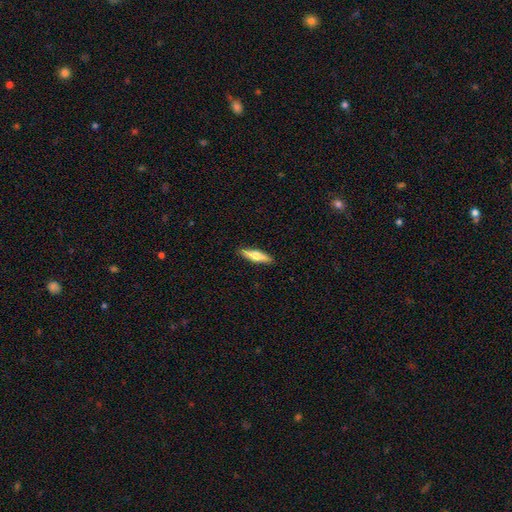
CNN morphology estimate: Smooth or featured? smooth (53%)
How rounded? cigar-shaped (72%)
Merging? none (89%)